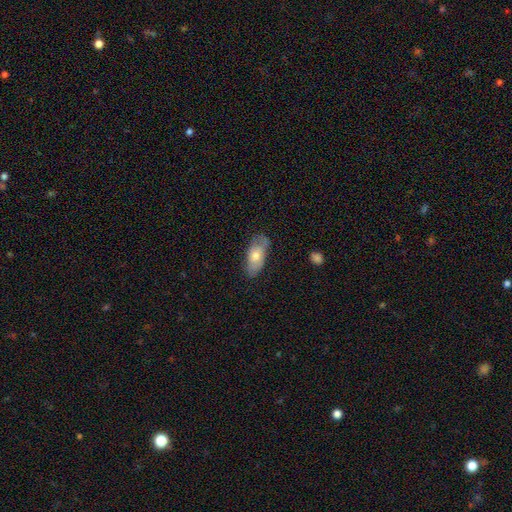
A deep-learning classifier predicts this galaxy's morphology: A smooth galaxy with no disk features (66%) that is in between round and cigar-shaped (88%).

Vote fractions:
- Smooth or featured? smooth: 66% / featured or disk: 28% / star or artifact: 6%
- How rounded? in between: 88% / cigar-shaped: 9% / round: 3%
- Merging? none: 65% / minor disturbance: 26% / major disturbance: 7% / merger: 2%